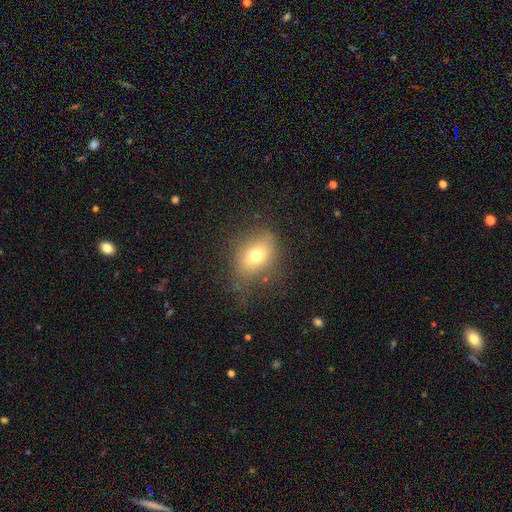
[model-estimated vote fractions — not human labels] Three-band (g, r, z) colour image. It shows a smooth galaxy with no disk features (68%) that is in between round and cigar-shaped (66%). Merging: none (70%).